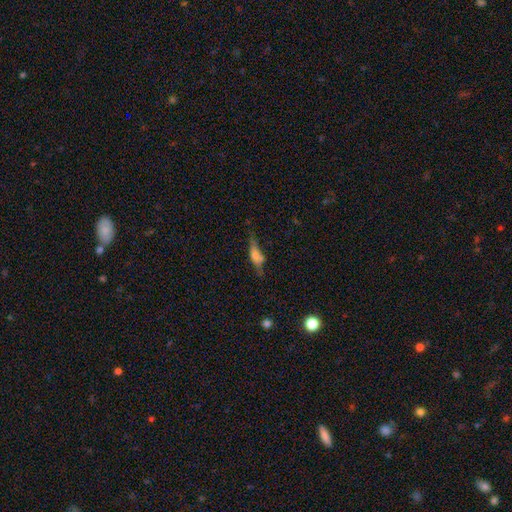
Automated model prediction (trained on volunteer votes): Overall: smooth (48%; featured or disk 42%). Merging: none (57%; minor disturbance 25%).